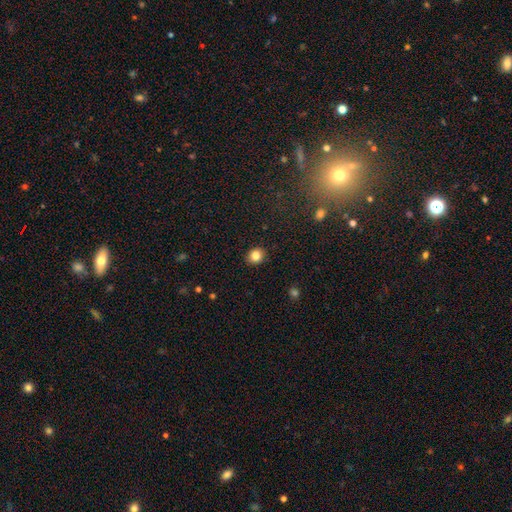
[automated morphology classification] type=smooth (84%); roundness=round (72%); merging=none (91%).